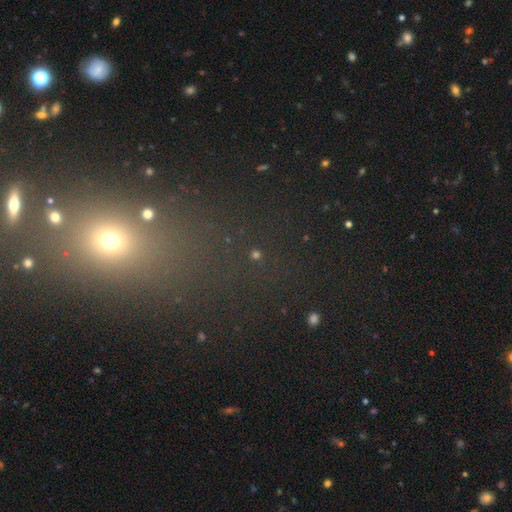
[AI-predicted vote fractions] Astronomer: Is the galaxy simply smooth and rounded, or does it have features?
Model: star or artifact — 61%.